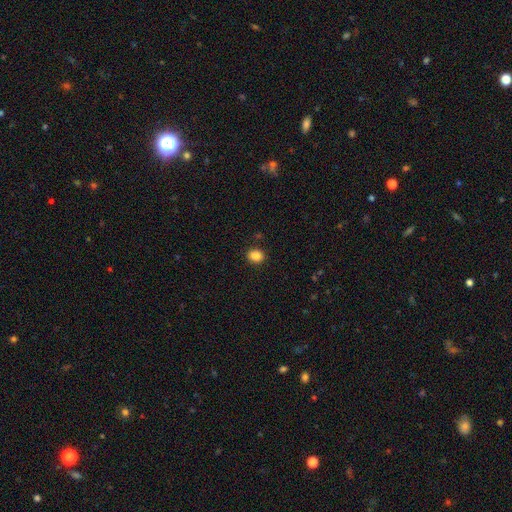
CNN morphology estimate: Smooth or featured?
  - smooth: 86% *
  - star or artifact: 10%
  - featured or disk: 4%
How rounded?
  - round: 52% *
  - in between: 47%
  - cigar-shaped: 1%
Merging?
  - none: 88% *
  - minor disturbance: 8%
  - major disturbance: 2%
  - merger: 1%